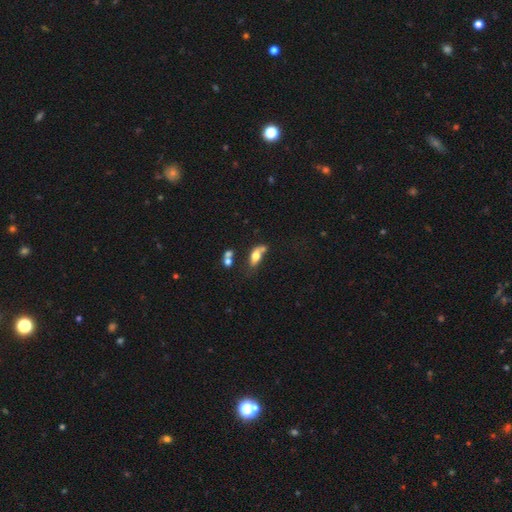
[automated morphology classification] Smooth or featured? Predicted: smooth (p=0.66). How rounded? Predicted: in between (p=0.79). Merging? Predicted: none (p=0.38).